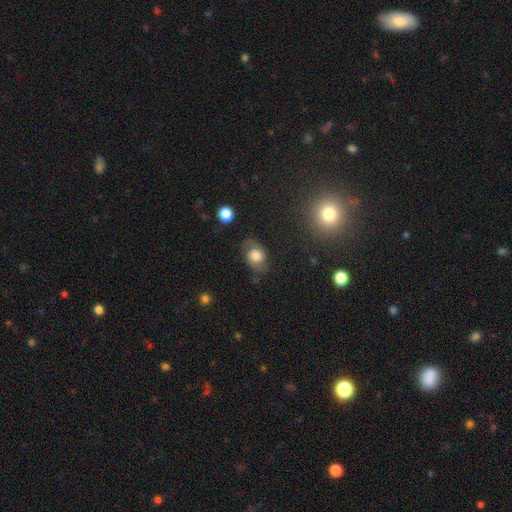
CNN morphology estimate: This appears to be a smooth galaxy with no disk features (54%) that is in between round and cigar-shaped (50%). Merging: none (66%).